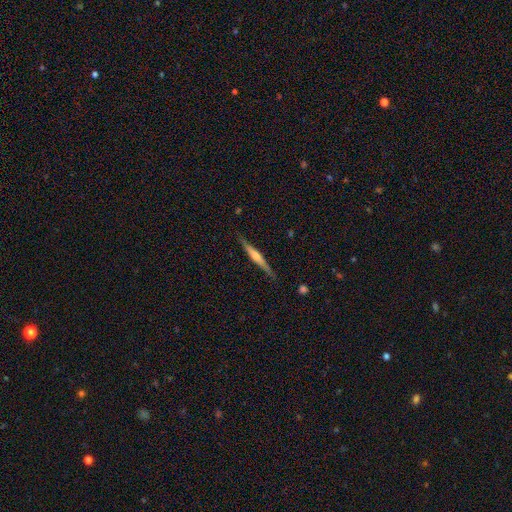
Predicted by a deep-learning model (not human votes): featured or disk 64%, smooth 30%, star or artifact 6%. Down the decision tree: edge-on disk — yes (97%); edge-on bulge — rounded (69%); merging — none (87%).